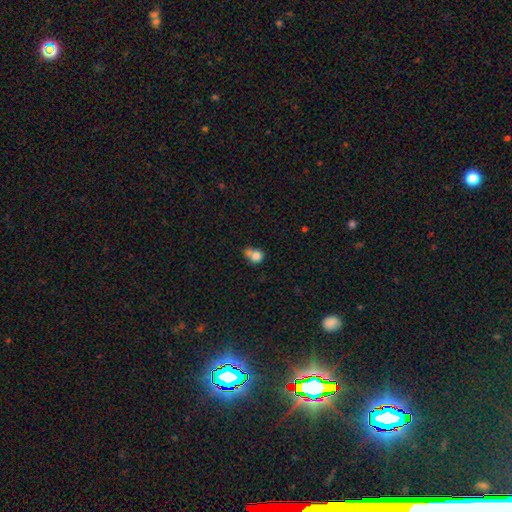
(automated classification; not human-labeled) smooth_or_featured: smooth (p=0.78) [alt: featured or disk p=0.12]
how_rounded: round (p=0.69) [alt: in between p=0.30]
merging: merger (p=0.48) [alt: none p=0.30]